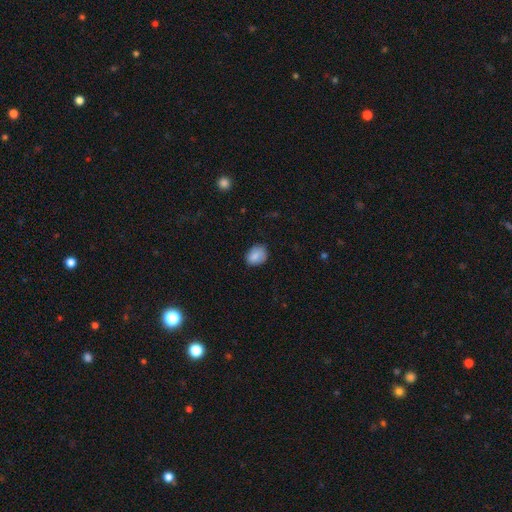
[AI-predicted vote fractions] This appears to be a smooth galaxy with no disk features (86%) that is in between round and cigar-shaped (57%). Merging: none (76%).